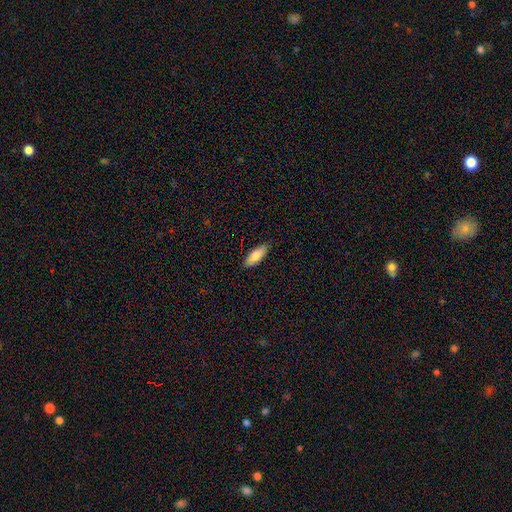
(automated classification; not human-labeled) smooth-or-featured: smooth: 79% | featured or disk: 15% | star or artifact: 6%
  how-rounded: in between: 76% | cigar-shaped: 22% | round: 2%
  merging: none: 85% | minor disturbance: 12% | major disturbance: 2% | merger: 1%